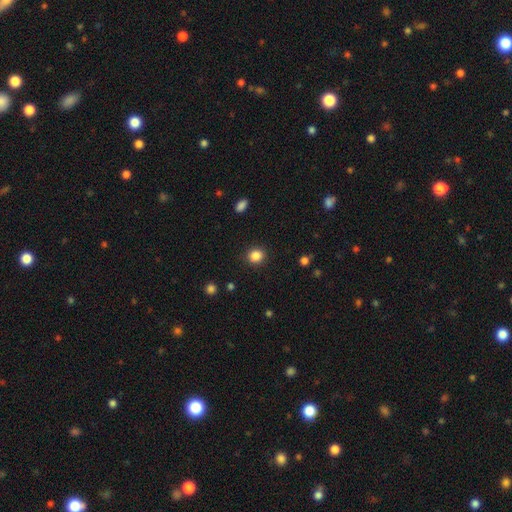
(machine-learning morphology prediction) Q: Smooth or featured?
A: smooth (86%); runner-up: star or artifact (11%)
Q: How rounded?
A: round (83%); runner-up: in between (16%)
Q: Merging?
A: none (90%); runner-up: minor disturbance (7%)